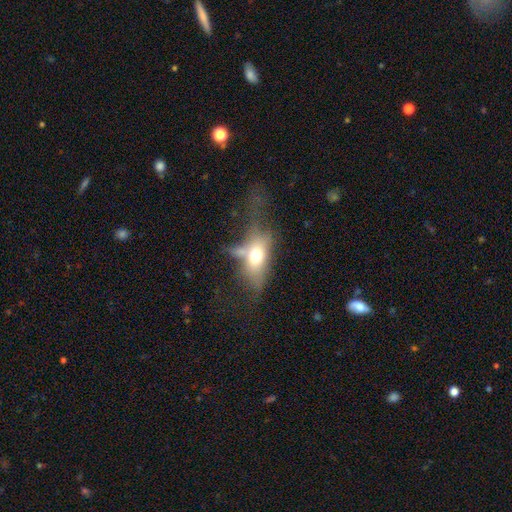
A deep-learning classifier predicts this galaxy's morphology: Q: Smooth or featured?
A: smooth (57%); runner-up: featured or disk (33%)
Q: How rounded?
A: in between (78%); runner-up: round (12%)
Q: Merging?
A: major disturbance (39%); runner-up: none (28%)